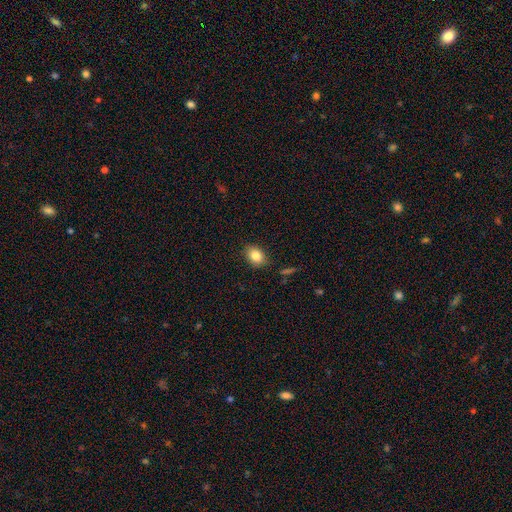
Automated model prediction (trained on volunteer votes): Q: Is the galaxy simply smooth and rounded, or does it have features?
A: smooth — 84%.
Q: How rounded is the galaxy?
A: in between — 67%.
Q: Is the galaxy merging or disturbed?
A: none — 85%.